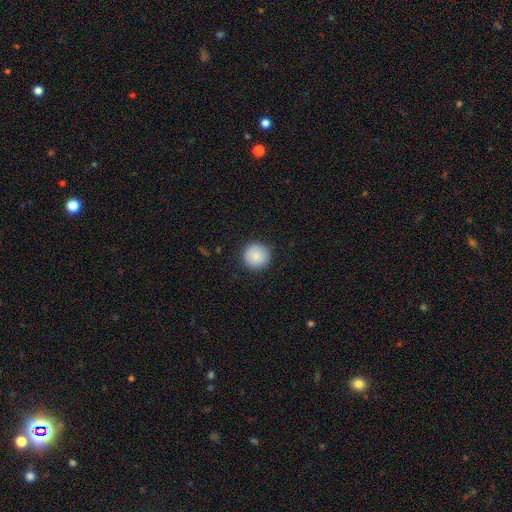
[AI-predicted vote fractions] smooth-or-featured: smooth: 87% | star or artifact: 7% | featured or disk: 6%
  how-rounded: round: 96% | in between: 3% | cigar-shaped: 1%
  merging: none: 90% | minor disturbance: 7% | major disturbance: 2% | merger: 1%